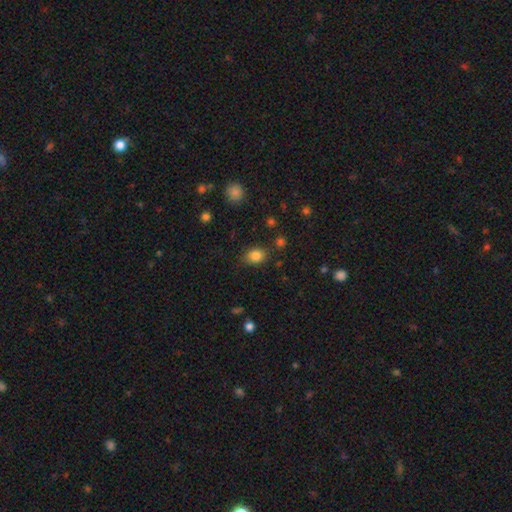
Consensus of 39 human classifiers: A smooth galaxy with no disk features (82%) that is in between round and cigar-shaped (53%).

Vote fractions:
- Smooth or featured? smooth: 82% / star or artifact: 10% / featured or disk: 8%
- How rounded? in between: 53% / round: 47% / cigar-shaped: 0%
- Merging? none: 69% / minor disturbance: 29% / major disturbance: 3% / merger: 0%